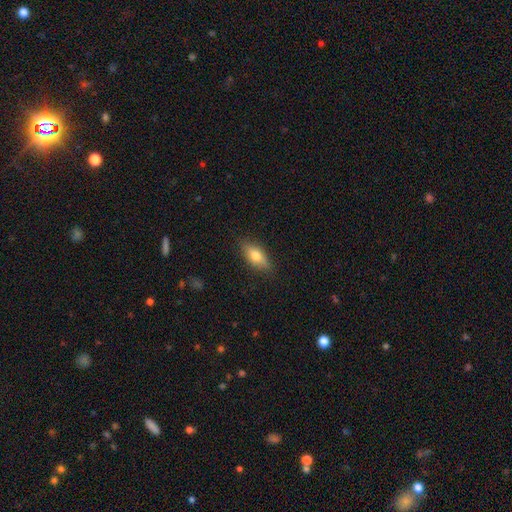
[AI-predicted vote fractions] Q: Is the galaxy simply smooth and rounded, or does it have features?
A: smooth — 69%.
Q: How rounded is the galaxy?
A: in between — 75%.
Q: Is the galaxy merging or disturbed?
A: none — 84%.